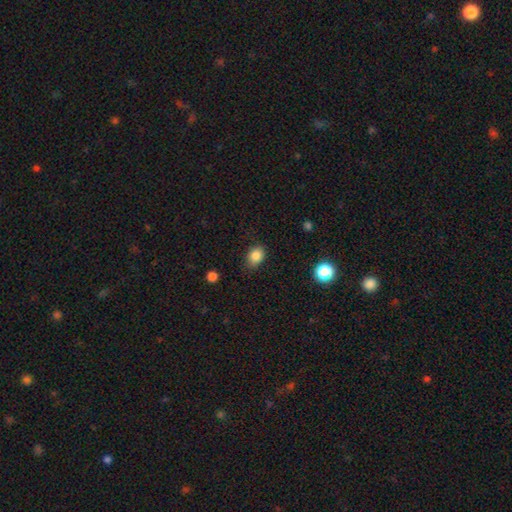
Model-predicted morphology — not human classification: Smooth or featured? Predicted: smooth (p=0.85). How rounded? Predicted: in between (p=0.68). Merging? Predicted: none (p=0.78).